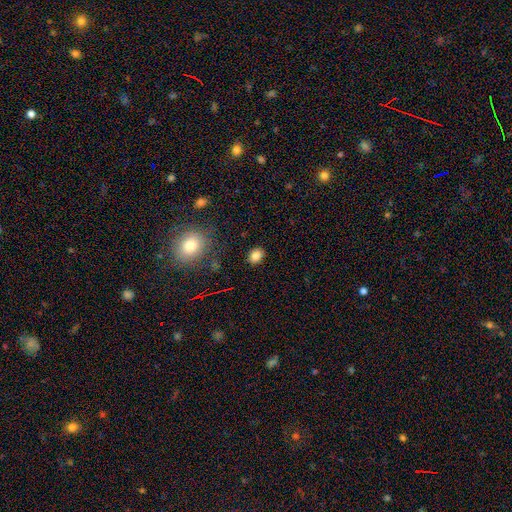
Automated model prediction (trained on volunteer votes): A smooth galaxy with no disk features (83%) that is in between round and cigar-shaped (53%). Merging: none (86%).